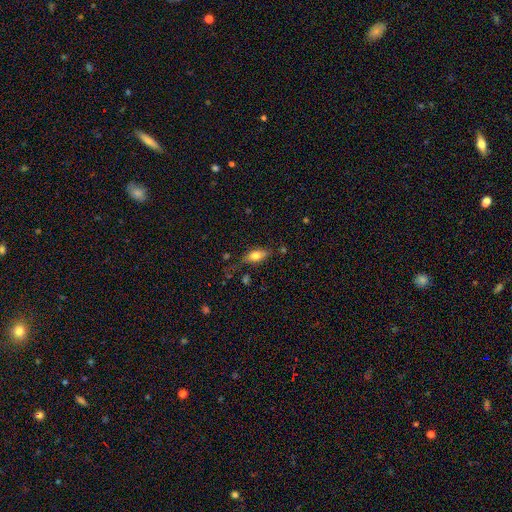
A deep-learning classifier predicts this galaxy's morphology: smooth 71%, featured or disk 21%, star or artifact 8%. Down the decision tree: how rounded — in between (81%); merging — none (64%).